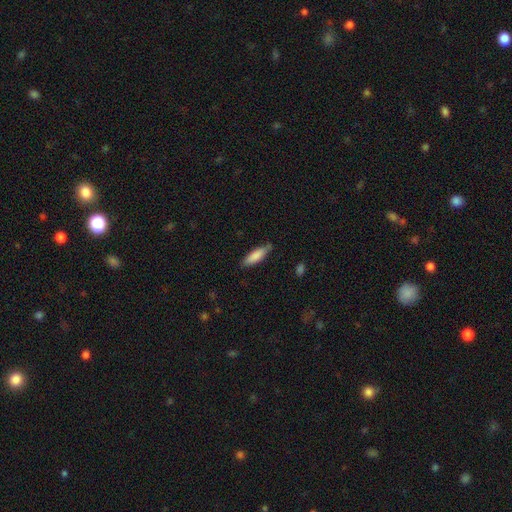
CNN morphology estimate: The model was most divided on "how rounded": cigar-shaped: 55%, in between: 43%, round: 1%. More confident: smooth or featured — smooth (82%); merging — none (77%).